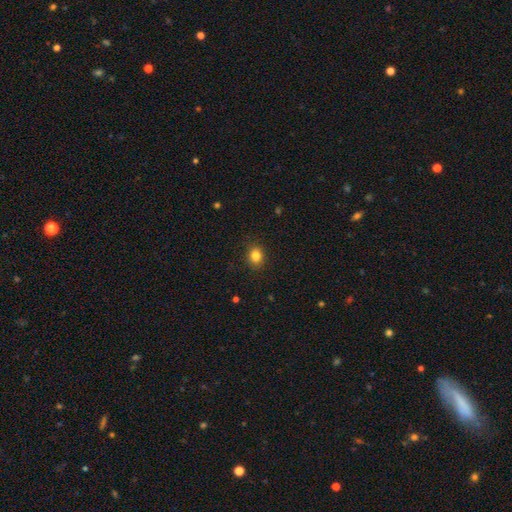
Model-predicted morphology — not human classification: Smooth or featured? smooth (84%)
How rounded? round (56%)
Merging? none (88%)